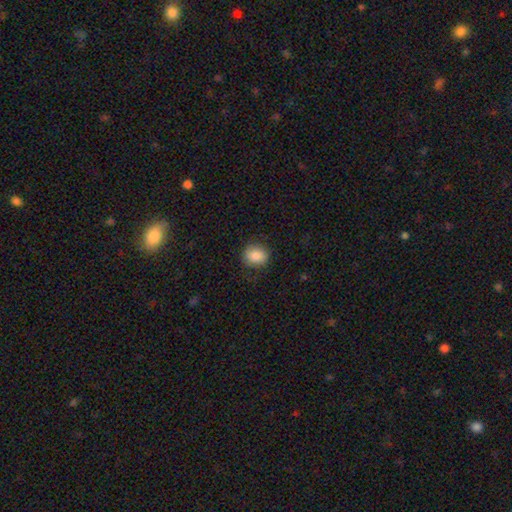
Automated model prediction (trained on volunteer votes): This is clearly a smooth galaxy (86%). How rounded: likely round (74%). Merging: clearly none (85%).